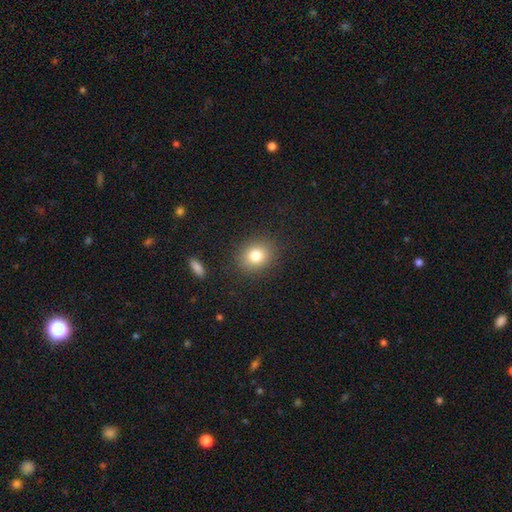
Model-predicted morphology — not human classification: Smooth or featured: smooth — 80% (star or artifact — 11%)
How rounded: round — 64% (in between — 35%)
Merging: none — 87% (minor disturbance — 8%)